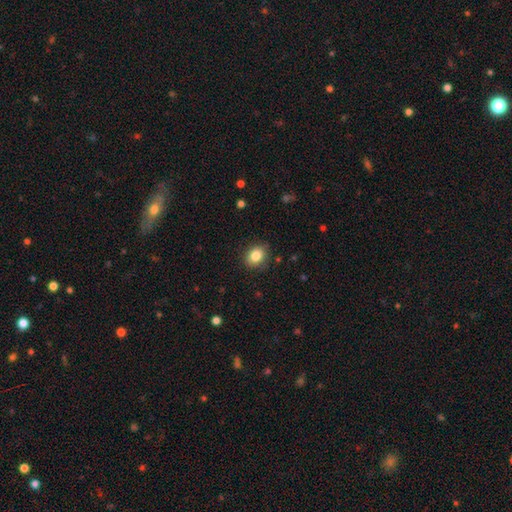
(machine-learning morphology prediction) type=smooth (85%); roundness=round (50%); merging=none (86%).